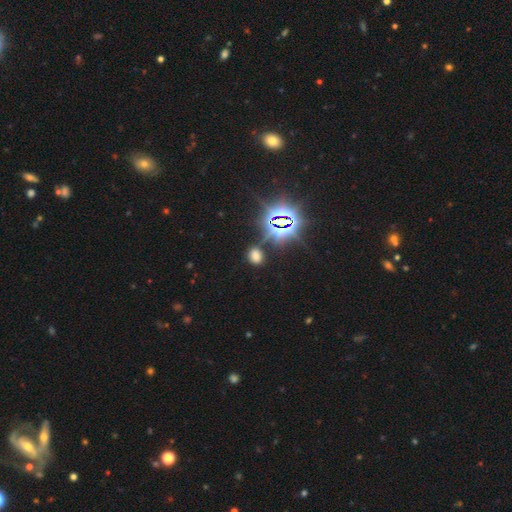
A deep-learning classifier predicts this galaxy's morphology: Overall: smooth (52%; star or artifact 40%). How rounded: in between (52%; round 46%). Merging: none (80%).